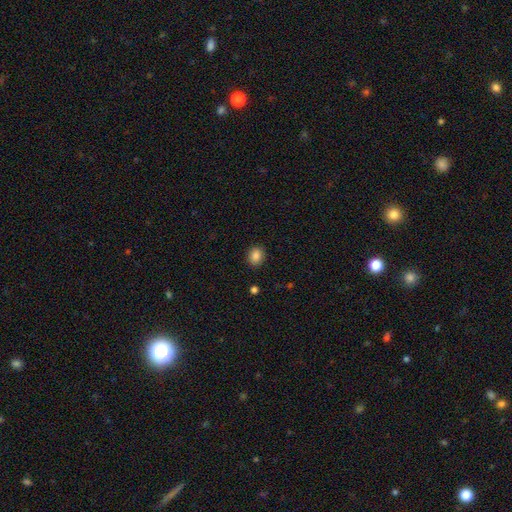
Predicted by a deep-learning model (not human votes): Smooth or featured?
  - smooth: 85% *
  - star or artifact: 10%
  - featured or disk: 5%
How rounded?
  - round: 61% *
  - in between: 38%
  - cigar-shaped: 1%
Merging?
  - none: 90% *
  - minor disturbance: 7%
  - major disturbance: 2%
  - merger: 1%